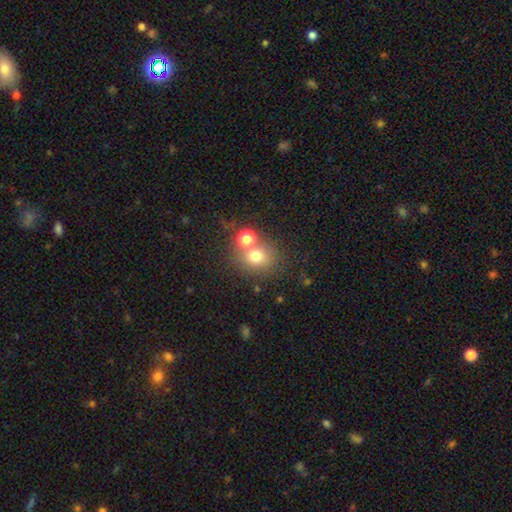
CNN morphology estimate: Smooth or featured? Predicted: smooth (p=0.71). How rounded? Predicted: round (p=0.79). Merging? Predicted: none (p=0.57).